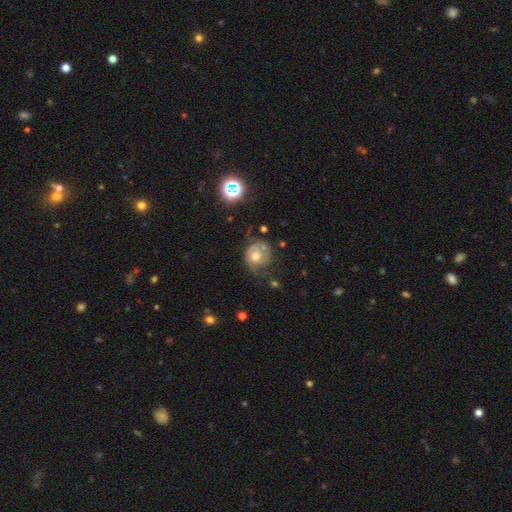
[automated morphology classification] A featured or disk galaxy (53%) with no bar (82%), spiral arms (70%) and a moderate central bulge (65%). Merging: none (46%).